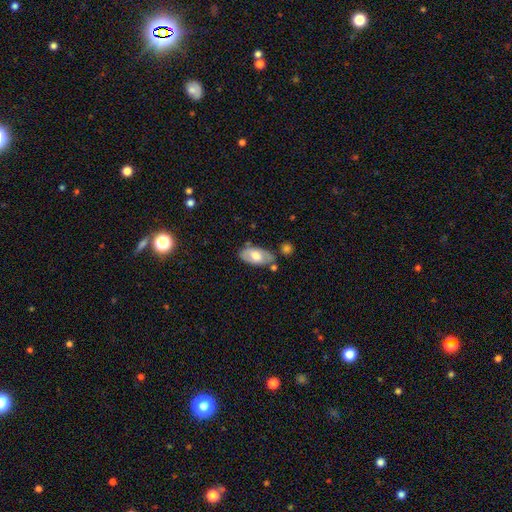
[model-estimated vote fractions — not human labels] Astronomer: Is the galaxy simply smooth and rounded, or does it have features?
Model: smooth — 56% (runner-up: featured or disk, 38%).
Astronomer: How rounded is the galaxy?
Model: in between — 93%.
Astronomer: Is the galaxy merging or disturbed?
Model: none — 59%.